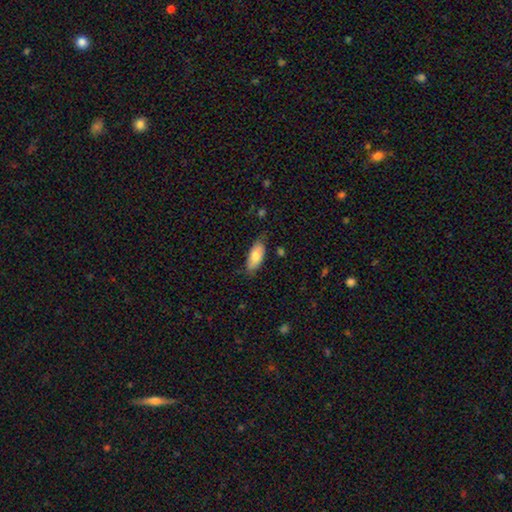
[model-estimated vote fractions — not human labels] This appears to be a smooth galaxy with no disk features (78%) that is in between round and cigar-shaped (84%). Merging: none (76%).